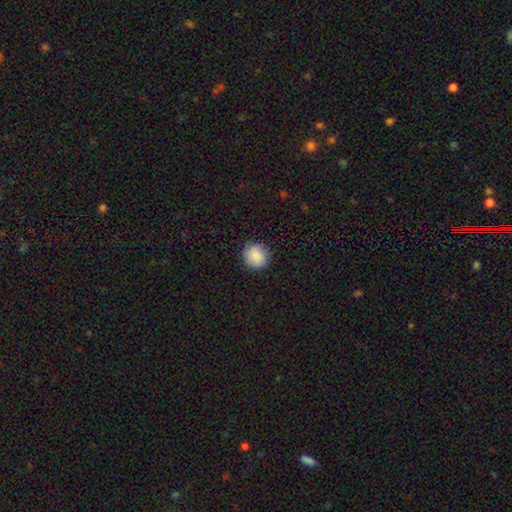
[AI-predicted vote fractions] smooth-or-featured: smooth: 87% | star or artifact: 7% | featured or disk: 5%
  how-rounded: round: 90% | in between: 9% | cigar-shaped: 1%
  merging: none: 87% | minor disturbance: 10% | major disturbance: 2% | merger: 1%